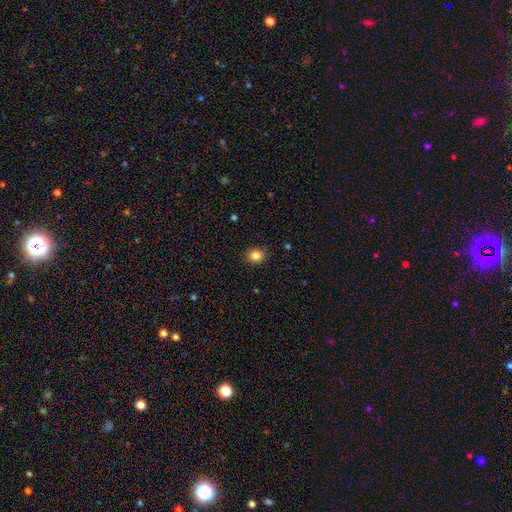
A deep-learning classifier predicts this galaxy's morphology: smooth_or_featured: smooth (p=0.84) [alt: star or artifact p=0.11]
how_rounded: round (p=0.74) [alt: in between p=0.25]
merging: none (p=0.88) [alt: minor disturbance p=0.09]